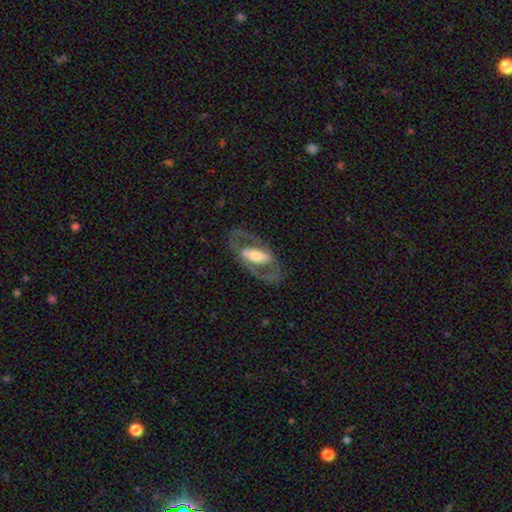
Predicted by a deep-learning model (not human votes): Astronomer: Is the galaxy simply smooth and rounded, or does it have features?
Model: featured or disk — 76%.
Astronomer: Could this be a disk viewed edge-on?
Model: no — 90%.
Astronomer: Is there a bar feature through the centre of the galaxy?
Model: strong — 48% (runner-up: weak, 27%).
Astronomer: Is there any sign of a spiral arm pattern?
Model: yes — 62% (runner-up: no, 38%).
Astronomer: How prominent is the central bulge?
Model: moderate — 54%.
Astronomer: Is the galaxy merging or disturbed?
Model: none — 72%.